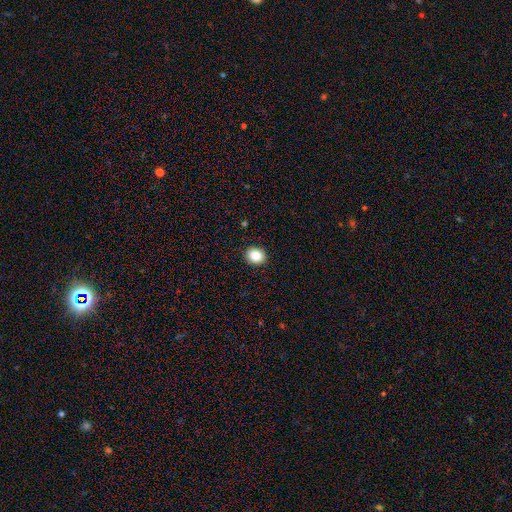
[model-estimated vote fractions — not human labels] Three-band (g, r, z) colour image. It shows a smooth galaxy with no disk features (86%) that is round (65%). Merging: none (92%).